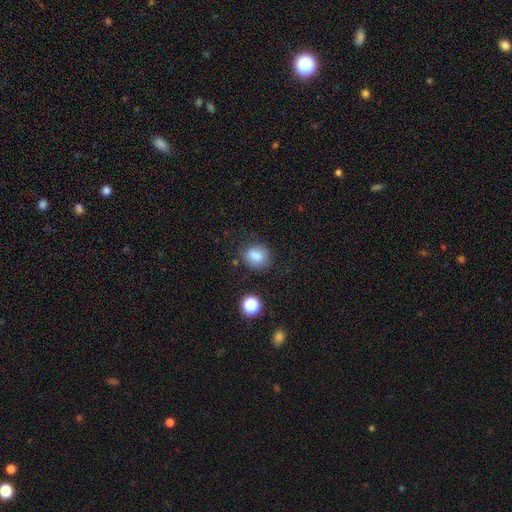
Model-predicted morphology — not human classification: smooth_or_featured: smooth (p=0.81) [alt: star or artifact p=0.12]
how_rounded: round (p=0.63) [alt: in between p=0.36]
merging: none (p=0.75) [alt: minor disturbance p=0.16]